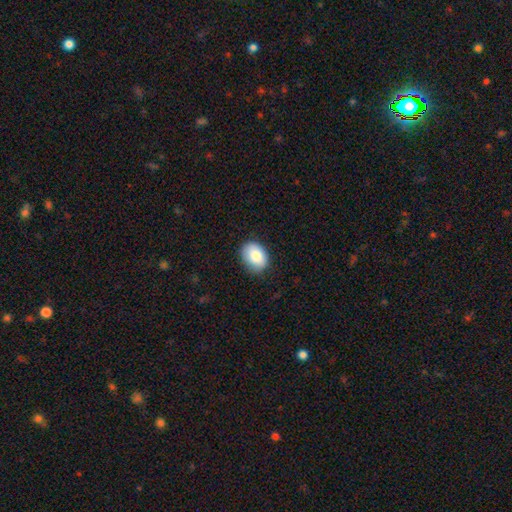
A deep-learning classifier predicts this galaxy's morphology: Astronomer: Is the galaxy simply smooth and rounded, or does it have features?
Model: smooth — 84%.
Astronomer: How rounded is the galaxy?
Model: in between — 69%.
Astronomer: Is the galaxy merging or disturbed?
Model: none — 80%.